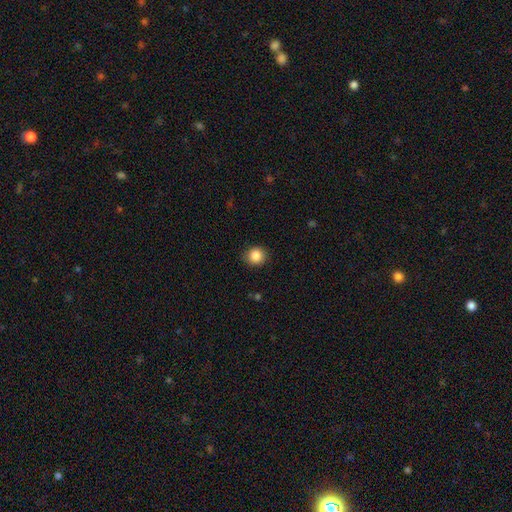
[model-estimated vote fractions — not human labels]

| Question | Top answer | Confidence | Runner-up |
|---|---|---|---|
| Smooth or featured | smooth | 87% | star or artifact (9%) |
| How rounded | round | 88% | in between (11%) |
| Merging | none | 89% | minor disturbance (8%) |